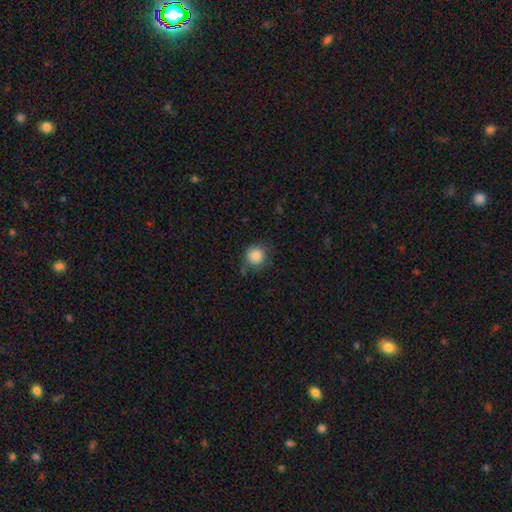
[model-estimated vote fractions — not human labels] smooth_or_featured: smooth (p=0.86) [alt: star or artifact p=0.09]
how_rounded: round (p=0.92) [alt: in between p=0.07]
merging: none (p=0.73) [alt: minor disturbance p=0.19]